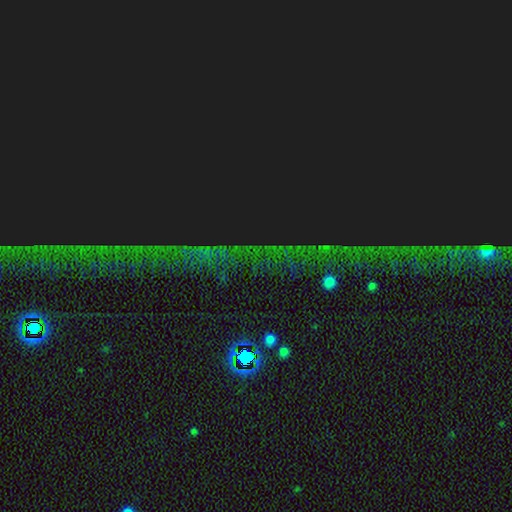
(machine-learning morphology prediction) A star or artifact, not a galaxy (85%).

Vote fractions:
- Smooth or featured? star or artifact: 85% / featured or disk: 7% / smooth: 7%